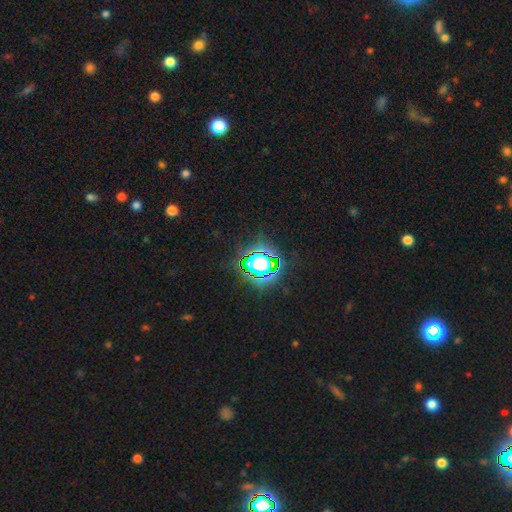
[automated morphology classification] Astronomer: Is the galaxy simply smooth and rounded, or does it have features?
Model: star or artifact — 78%.